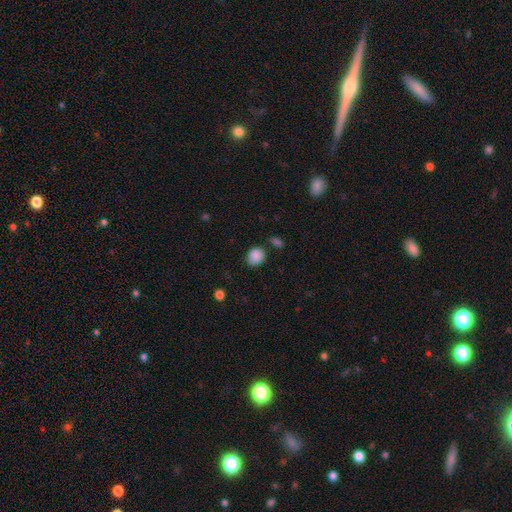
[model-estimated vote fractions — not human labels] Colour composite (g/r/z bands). It shows a smooth galaxy with no disk features (87%) that is round (65%). Merging: none (74%).